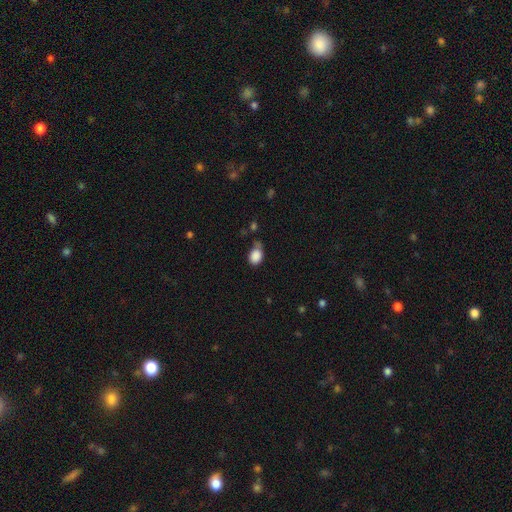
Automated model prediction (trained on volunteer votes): A smooth galaxy with no disk features (87%) that is in between round and cigar-shaped (62%). Merging: none (47%).